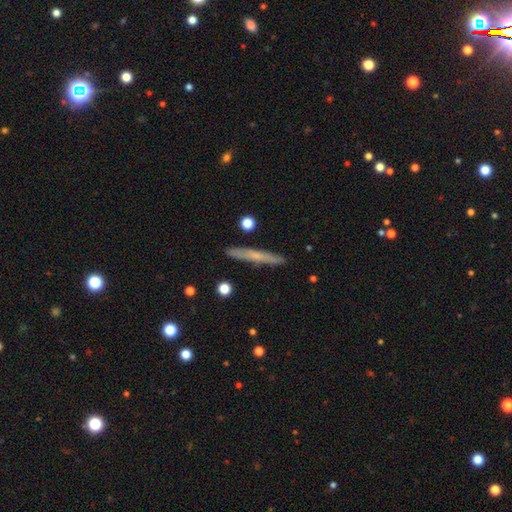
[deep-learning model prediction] smooth 49%, featured or disk 44%, star or artifact 7%. Down the decision tree: merging — none (90%).